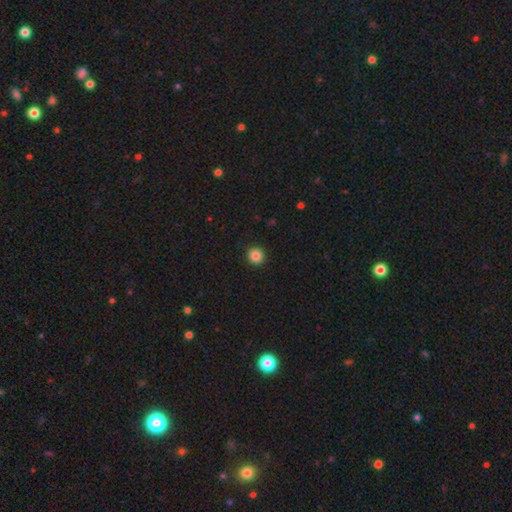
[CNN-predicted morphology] Smooth or featured? Predicted: smooth (p=0.85). How rounded? Predicted: round (p=0.94). Merging? Predicted: none (p=0.93).